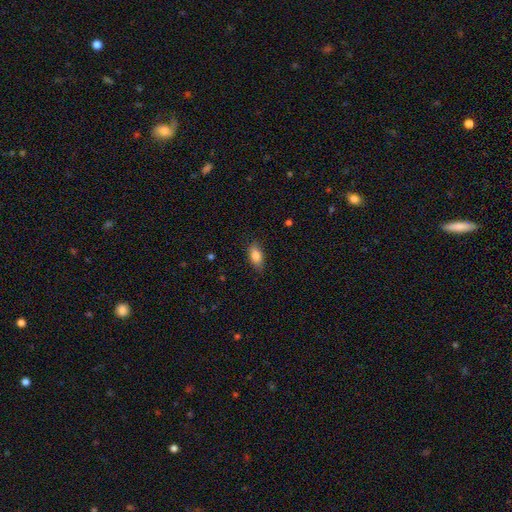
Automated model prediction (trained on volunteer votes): This appears to be a smooth galaxy with no disk features (84%) that is in between round and cigar-shaped (88%). Merging: none (83%).